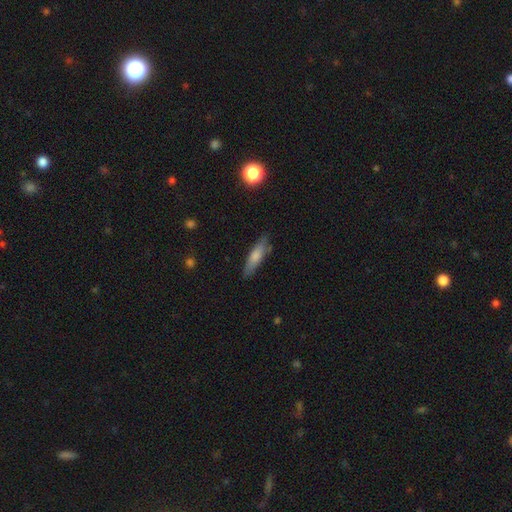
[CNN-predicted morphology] smooth 73%, featured or disk 21%, star or artifact 6%. Down the decision tree: how rounded — cigar-shaped (68%); merging — none (79%).